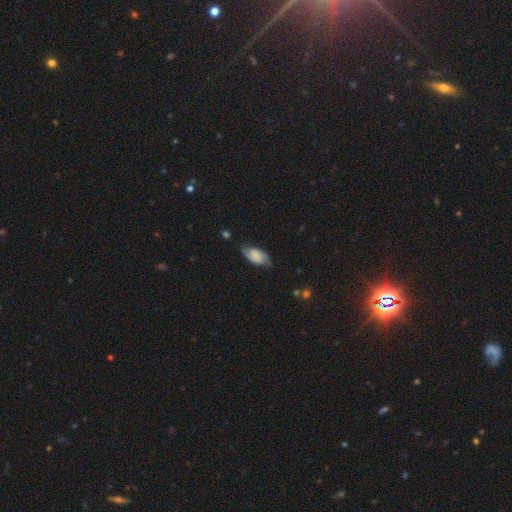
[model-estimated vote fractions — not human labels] This appears to be a smooth galaxy with no disk features (57%) that is in between round and cigar-shaped (91%). Merging: none (68%).